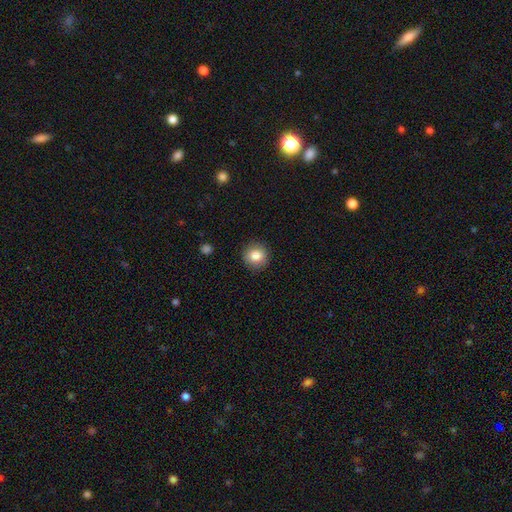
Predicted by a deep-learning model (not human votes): Overall: smooth (84%). How rounded: round (91%). Merging: none (90%).